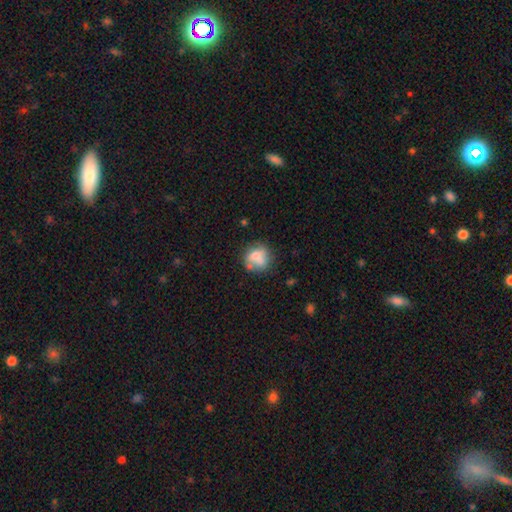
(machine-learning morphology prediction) Q: Smooth or featured?
A: smooth (65%); runner-up: featured or disk (25%)
Q: How rounded?
A: round (78%); runner-up: in between (21%)
Q: Merging?
A: none (52%); runner-up: minor disturbance (21%)